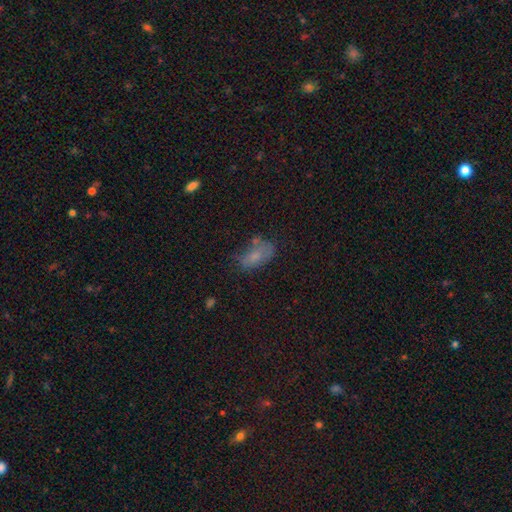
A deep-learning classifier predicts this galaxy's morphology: Smooth or featured? smooth (64%)
How rounded? in between (88%)
Merging? none (46%)